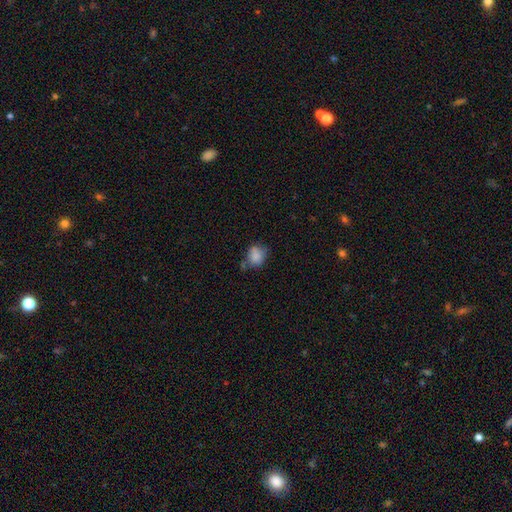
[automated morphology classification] Smooth or featured? smooth (83%)
How rounded? round (59%)
Merging? none (53%)